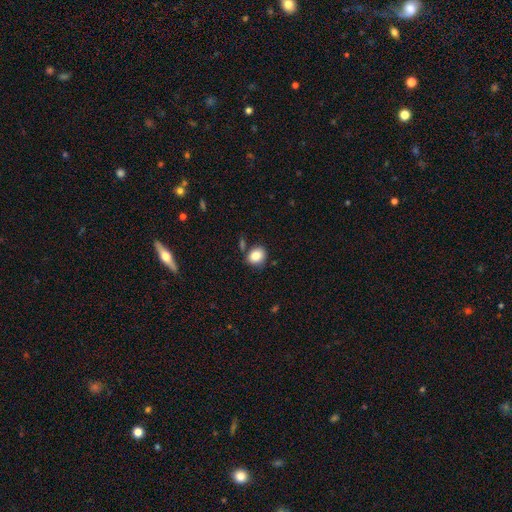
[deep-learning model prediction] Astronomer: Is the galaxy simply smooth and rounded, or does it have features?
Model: smooth — 85%.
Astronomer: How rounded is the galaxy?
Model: round — 59% (runner-up: in between, 41%).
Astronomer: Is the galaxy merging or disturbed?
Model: none — 74%.